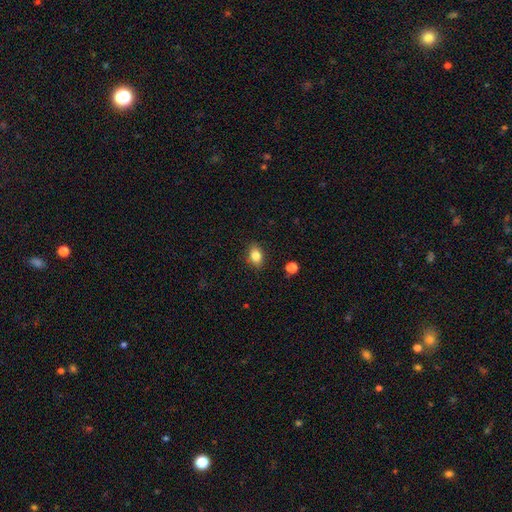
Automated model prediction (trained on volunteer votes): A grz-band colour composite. It shows a smooth galaxy with no disk features (83%) that is in between round and cigar-shaped (73%). Merging: none (86%).